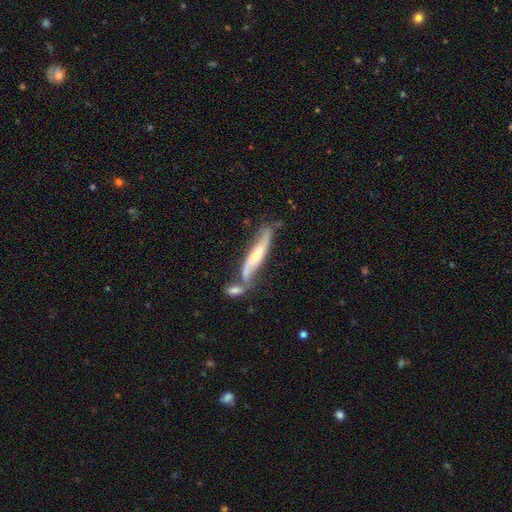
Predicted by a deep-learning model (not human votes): Smooth or featured?
  - featured or disk: 63% *
  - smooth: 30%
  - star or artifact: 6%
Edge-on disk?
  - yes: 57% *
  - no: 43%
Merging?
  - none: 42% *
  - merger: 33%
  - minor disturbance: 18%
  - major disturbance: 7%